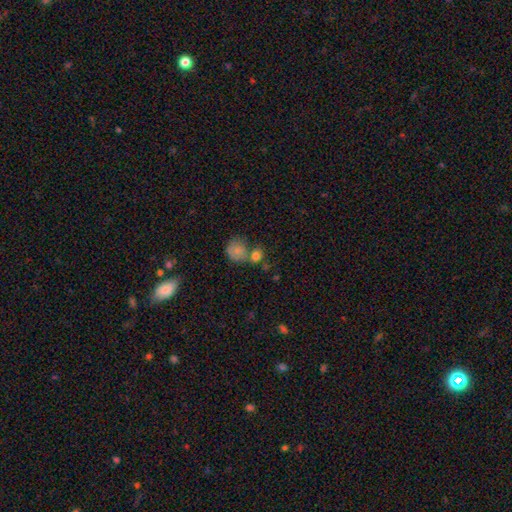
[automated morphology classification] smooth-or-featured: smooth: 79% | star or artifact: 11% | featured or disk: 10%
  how-rounded: round: 72% | in between: 26% | cigar-shaped: 1%
  merging: none: 43% | merger: 41% | minor disturbance: 11% | major disturbance: 5%